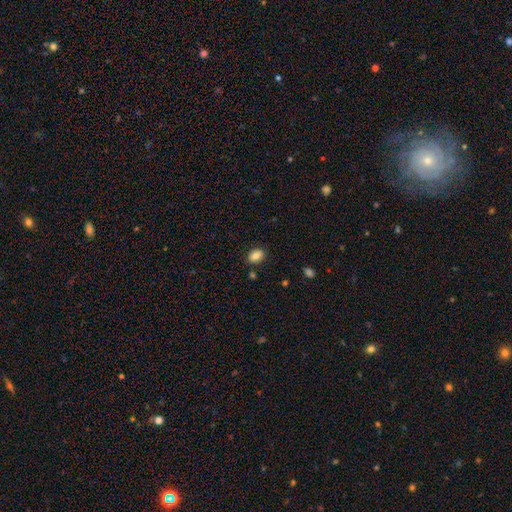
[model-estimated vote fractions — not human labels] Smooth or featured?
  - smooth: 84% *
  - star or artifact: 9%
  - featured or disk: 7%
How rounded?
  - in between: 76% *
  - round: 23%
  - cigar-shaped: 1%
Merging?
  - none: 84% *
  - minor disturbance: 11%
  - merger: 3%
  - major disturbance: 2%